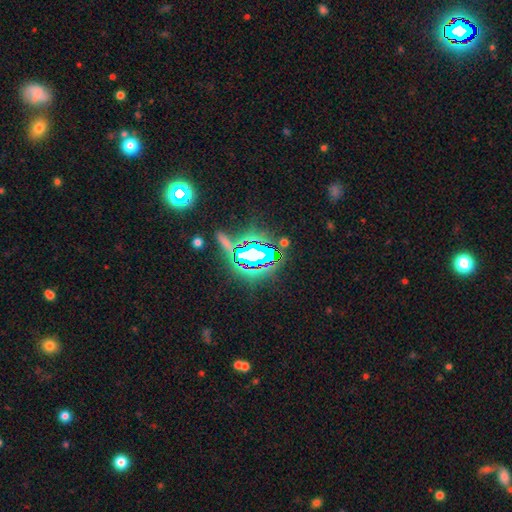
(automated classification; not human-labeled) This is likely a star or artifact rather than a galaxy (71%).